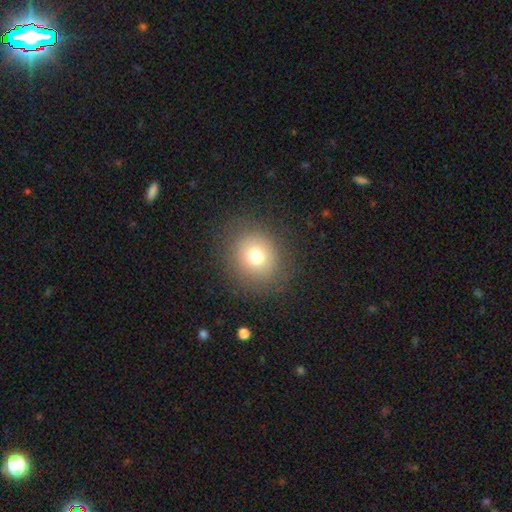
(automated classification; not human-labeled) Smooth or featured? Predicted: smooth (p=0.74). How rounded? Predicted: round (p=0.81). Merging? Predicted: none (p=0.84).